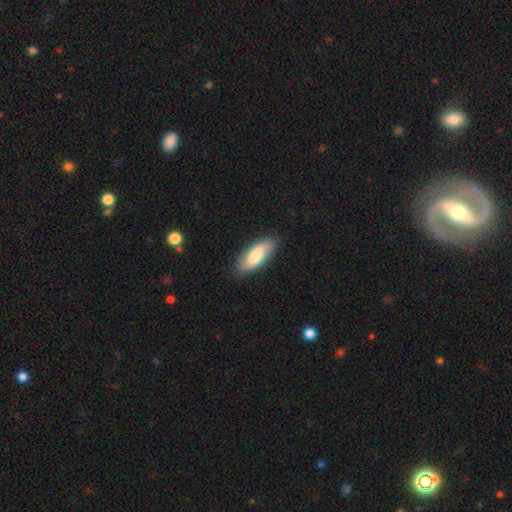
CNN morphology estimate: Smooth or featured?
  - smooth: 78% *
  - featured or disk: 17%
  - star or artifact: 5%
How rounded?
  - in between: 73% *
  - cigar-shaped: 25%
  - round: 2%
Merging?
  - none: 85% *
  - minor disturbance: 12%
  - major disturbance: 2%
  - merger: 1%